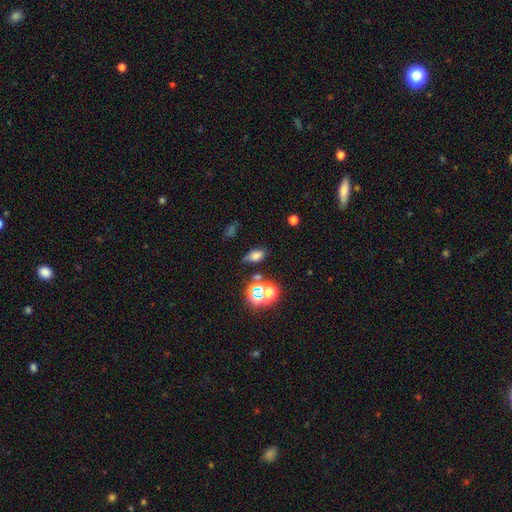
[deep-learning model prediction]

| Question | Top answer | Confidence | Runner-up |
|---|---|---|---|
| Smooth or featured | smooth | 66% | star or artifact (23%) |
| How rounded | in between | 84% | round (12%) |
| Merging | none | 68% | minor disturbance (19%) |